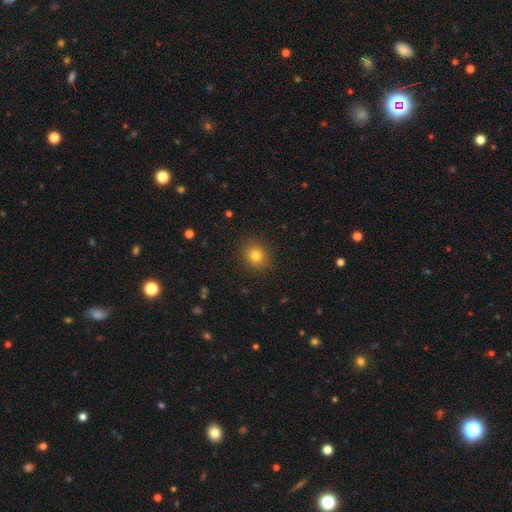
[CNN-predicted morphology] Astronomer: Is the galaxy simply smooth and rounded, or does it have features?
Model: smooth — 81%.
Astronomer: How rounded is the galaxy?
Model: round — 76%.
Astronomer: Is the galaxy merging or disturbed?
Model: none — 89%.